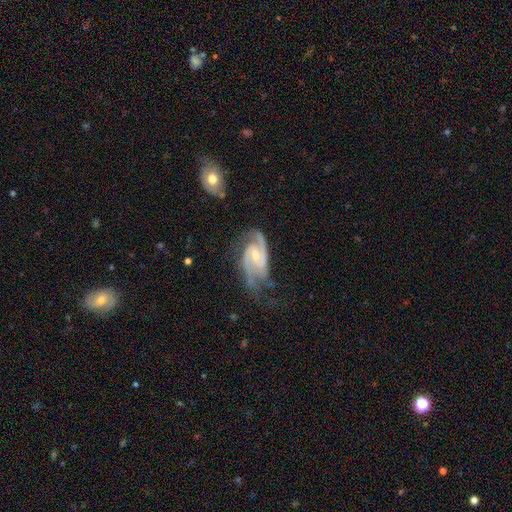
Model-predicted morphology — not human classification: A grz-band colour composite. It shows a featured or disk galaxy (90%) with a weak bar (48%), 2 (81%) medium (53%) spiral arms (98%) and a small central bulge (54%). Merging: none (55%).